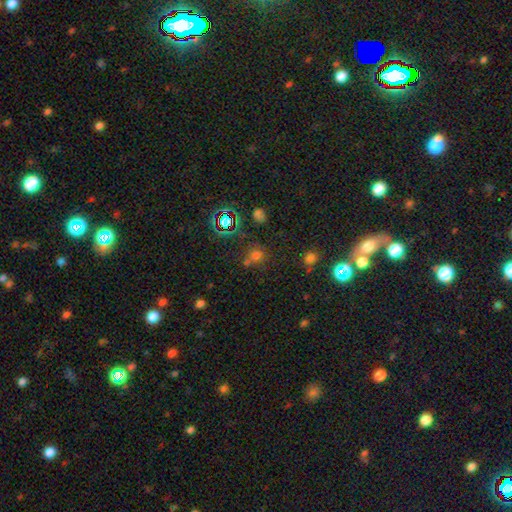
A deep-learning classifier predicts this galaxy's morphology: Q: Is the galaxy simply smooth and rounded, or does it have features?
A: smooth — 54%.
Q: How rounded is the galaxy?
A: round — 78%.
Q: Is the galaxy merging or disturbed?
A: none — 59%.